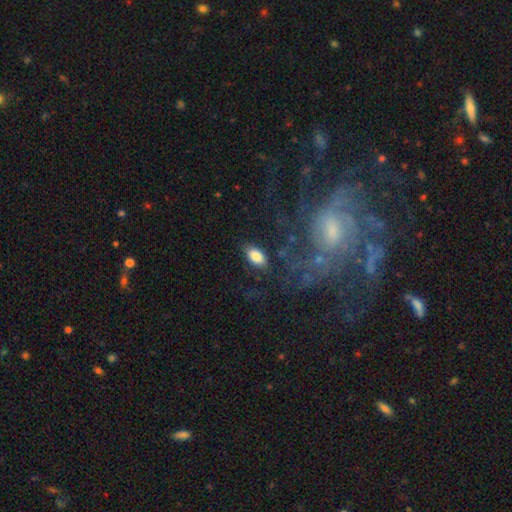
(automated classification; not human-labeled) Smooth or featured: smooth — 83% (featured or disk — 9%)
How rounded: in between — 93% (round — 4%)
Merging: none — 78% (minor disturbance — 13%)